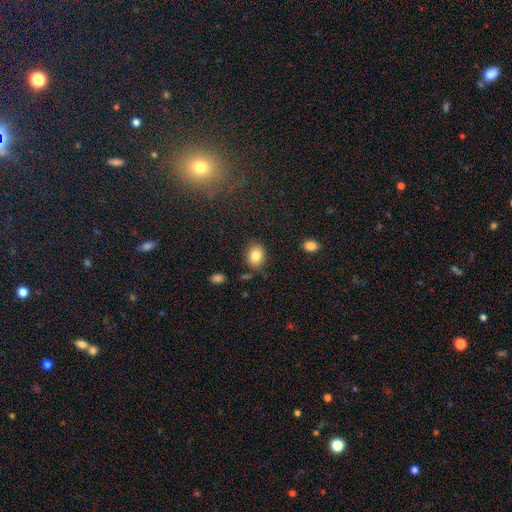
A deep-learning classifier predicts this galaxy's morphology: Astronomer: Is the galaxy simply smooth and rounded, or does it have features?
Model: smooth — 83%.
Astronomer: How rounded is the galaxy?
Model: in between — 57% (runner-up: round, 42%).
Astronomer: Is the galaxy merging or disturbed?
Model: none — 81%.